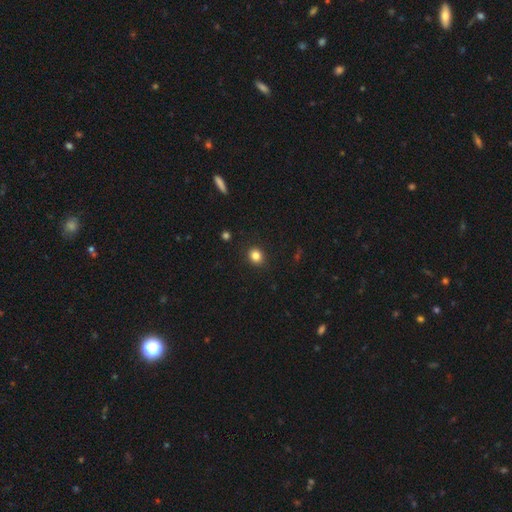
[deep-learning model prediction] smooth 83%, star or artifact 12%, featured or disk 5%. Down the decision tree: how rounded — round (72%); merging — none (90%).